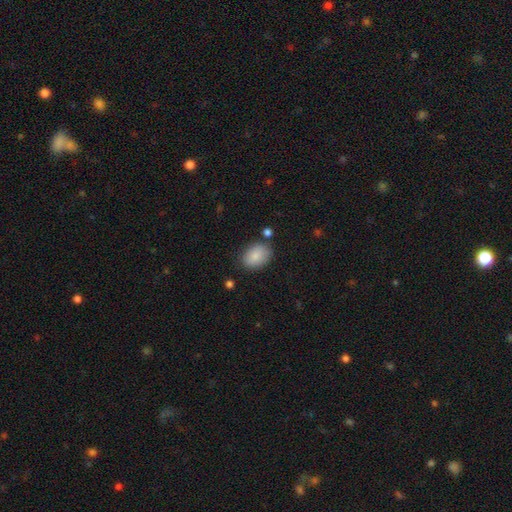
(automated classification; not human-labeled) Smooth or featured? smooth (87%)
How rounded? in between (79%)
Merging? none (80%)